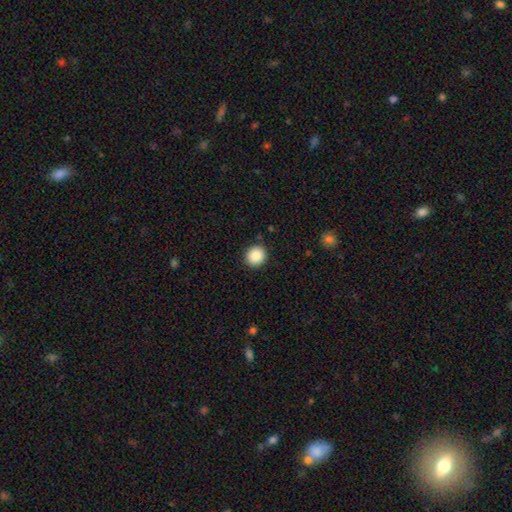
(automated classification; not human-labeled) A smooth galaxy with no disk features (88%) that is round (86%).

Vote fractions:
- Smooth or featured? smooth: 88% / star or artifact: 9% / featured or disk: 3%
- How rounded? round: 86% / in between: 13% / cigar-shaped: 1%
- Merging? none: 90% / minor disturbance: 7% / major disturbance: 2% / merger: 1%